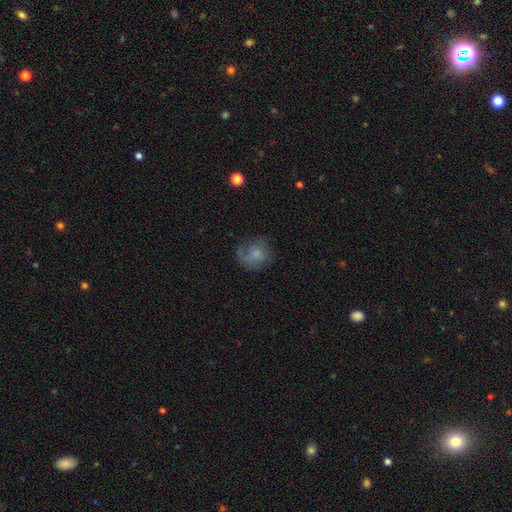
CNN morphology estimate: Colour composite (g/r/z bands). It shows a smooth galaxy with no disk features (51%) that is round (73%). Merging: none (56%).